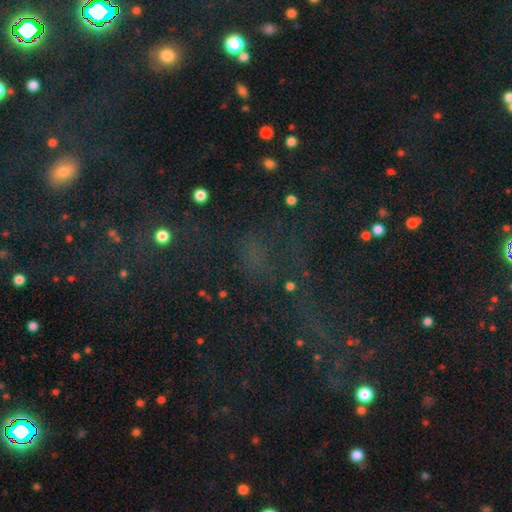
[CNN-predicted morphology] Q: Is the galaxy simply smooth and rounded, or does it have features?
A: star or artifact — 66%.